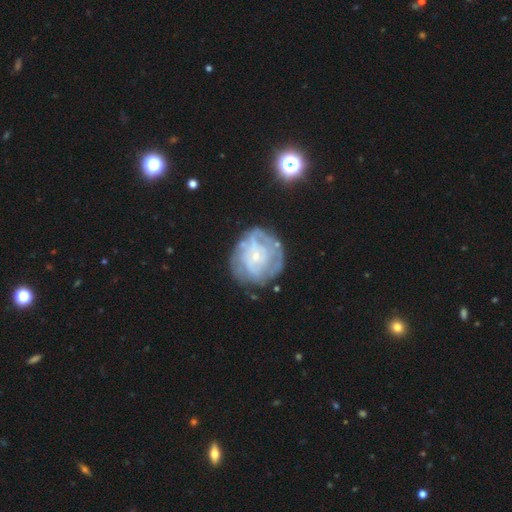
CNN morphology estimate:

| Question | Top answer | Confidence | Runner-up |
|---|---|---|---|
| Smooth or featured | featured or disk | 69% | smooth (23%) |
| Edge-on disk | no | 97% | yes (3%) |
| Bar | no | 77% | weak (19%) |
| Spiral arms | yes | 64% | no (36%) |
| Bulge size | small | 78% | moderate (14%) |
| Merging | none | 63% | minor disturbance (20%) |